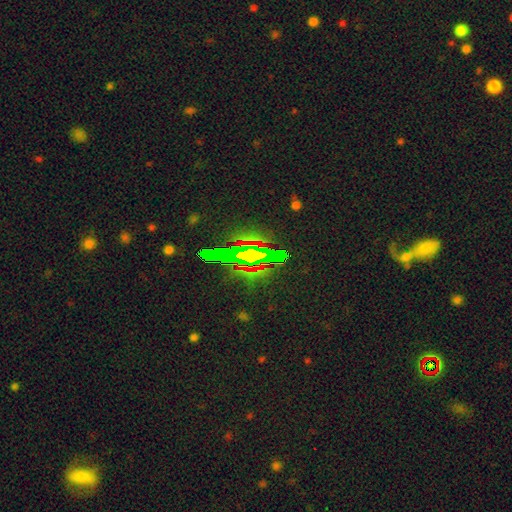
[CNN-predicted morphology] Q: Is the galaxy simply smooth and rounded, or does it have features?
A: star or artifact — 56%.